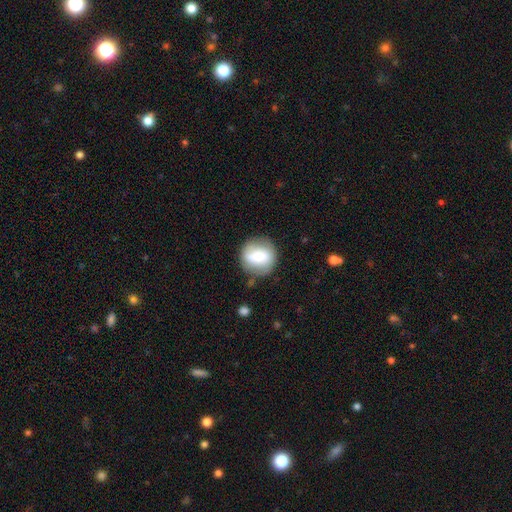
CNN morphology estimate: Q: Smooth or featured?
A: smooth (62%); runner-up: featured or disk (30%)
Q: How rounded?
A: round (90%); runner-up: in between (9%)
Q: Merging?
A: none (78%); runner-up: minor disturbance (14%)